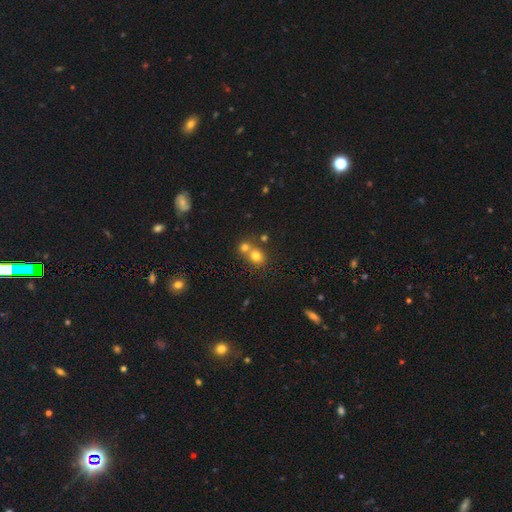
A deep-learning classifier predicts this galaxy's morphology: This is likely a smooth galaxy (76%). How rounded: likely round (76%). Merging: possibly merger (49%).